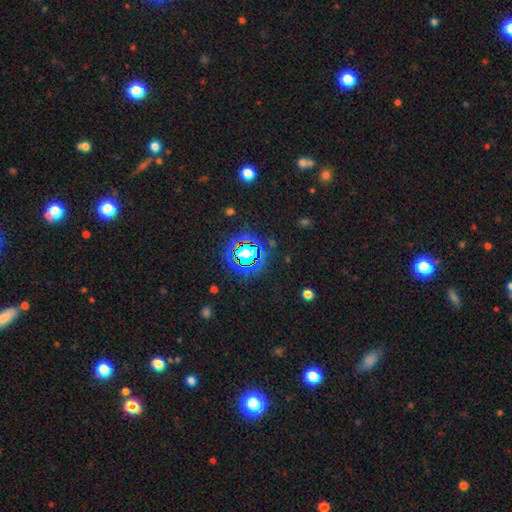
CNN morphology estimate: smooth-or-featured: star or artifact: 77% | smooth: 15% | featured or disk: 8%